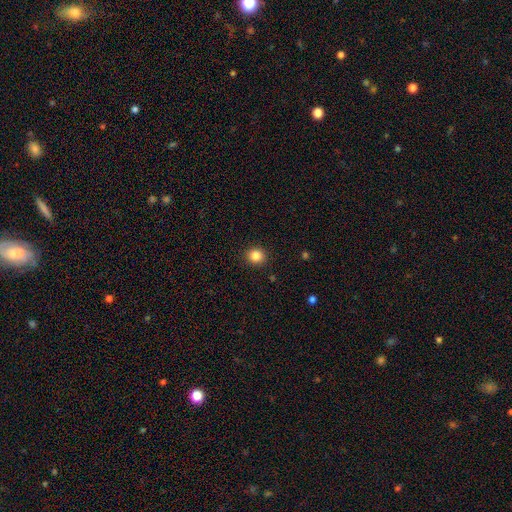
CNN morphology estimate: Smooth or featured? smooth (84%)
How rounded? round (85%)
Merging? none (91%)